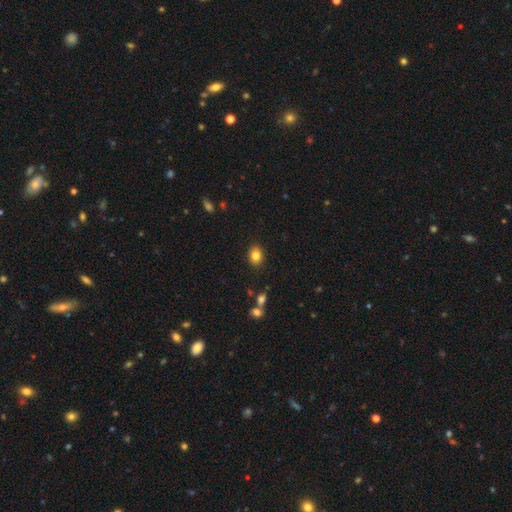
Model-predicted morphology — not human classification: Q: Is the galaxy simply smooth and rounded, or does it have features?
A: smooth — 83%.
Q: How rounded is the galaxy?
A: in between — 56%.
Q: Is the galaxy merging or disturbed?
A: none — 88%.